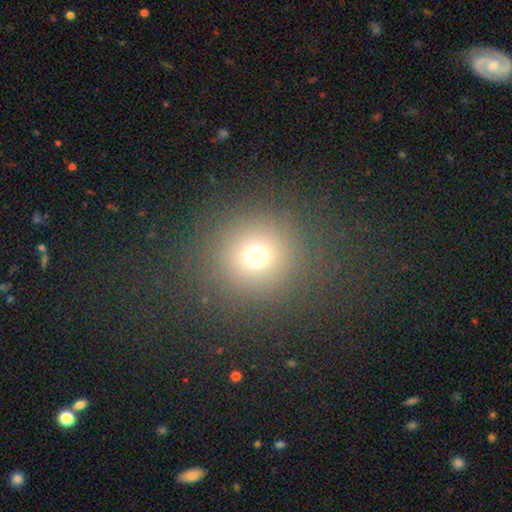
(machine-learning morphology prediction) This appears to be a smooth galaxy with no disk features (69%) that is round (91%). Merging: none (85%).